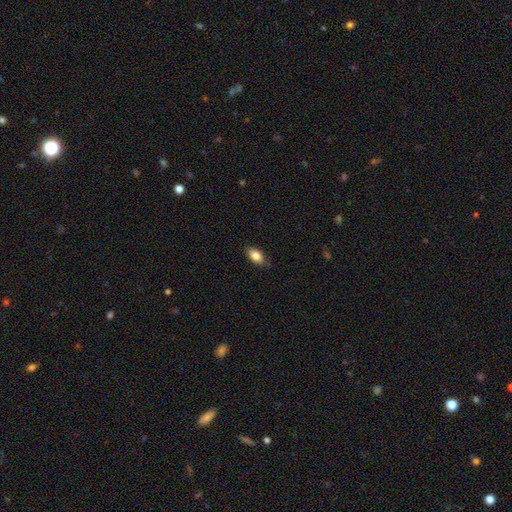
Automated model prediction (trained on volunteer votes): This is clearly a smooth galaxy (84%). How rounded: clearly in between (91%). Merging: clearly none (83%).